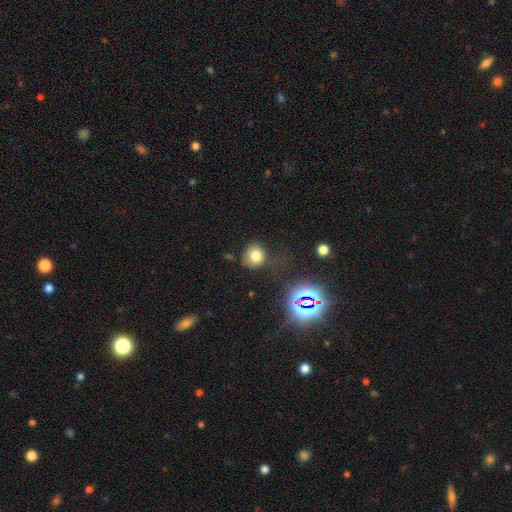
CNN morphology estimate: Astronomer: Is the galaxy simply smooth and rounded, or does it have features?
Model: smooth — 75%.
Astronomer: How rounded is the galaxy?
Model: round — 73%.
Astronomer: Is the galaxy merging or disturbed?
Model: none — 64%.